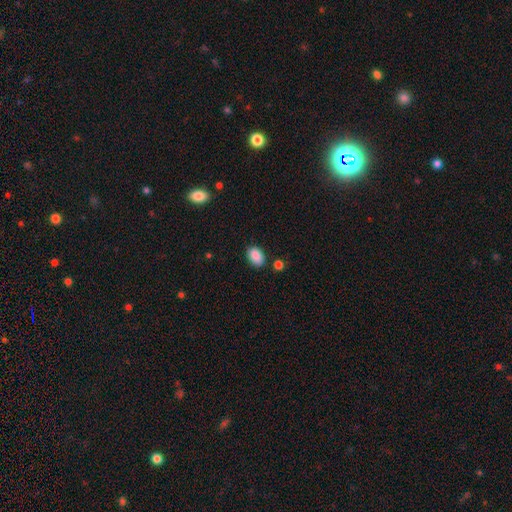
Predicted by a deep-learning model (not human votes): This is clearly a smooth galaxy (89%). How rounded: clearly in between (84%). Merging: clearly none (82%).